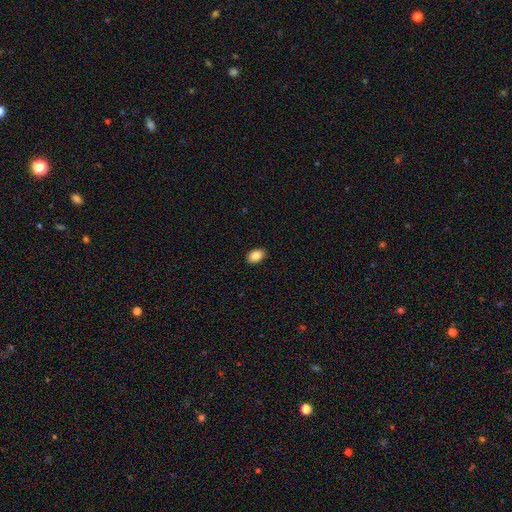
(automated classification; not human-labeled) This is clearly a smooth galaxy (85%). How rounded: clearly in between (83%). Merging: clearly none (90%).